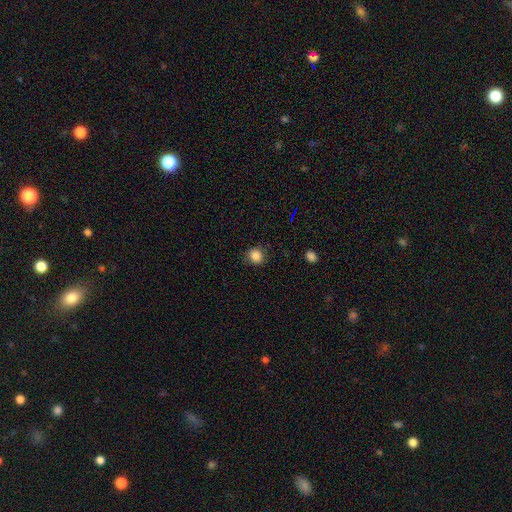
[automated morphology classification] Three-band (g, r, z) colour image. It shows a smooth galaxy with no disk features (86%) that is round (86%). Merging: none (86%).